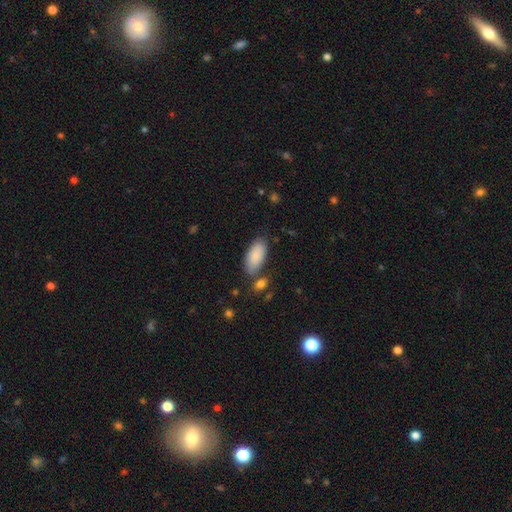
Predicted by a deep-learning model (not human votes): Q: Smooth or featured?
A: smooth (86%); runner-up: featured or disk (8%)
Q: How rounded?
A: in between (91%); runner-up: cigar-shaped (7%)
Q: Merging?
A: none (72%); runner-up: minor disturbance (16%)